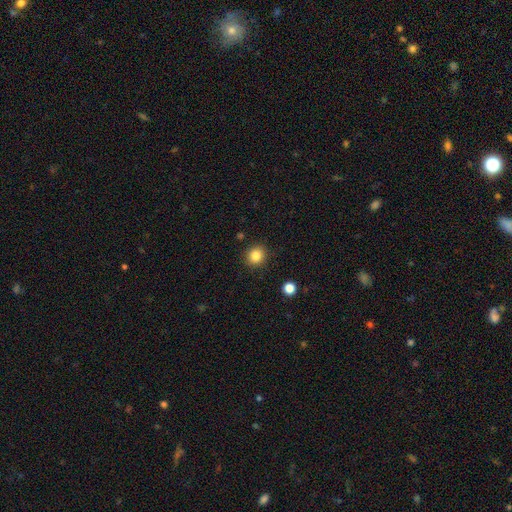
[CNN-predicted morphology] Overall: smooth (85%). How rounded: round (87%). Merging: none (90%).